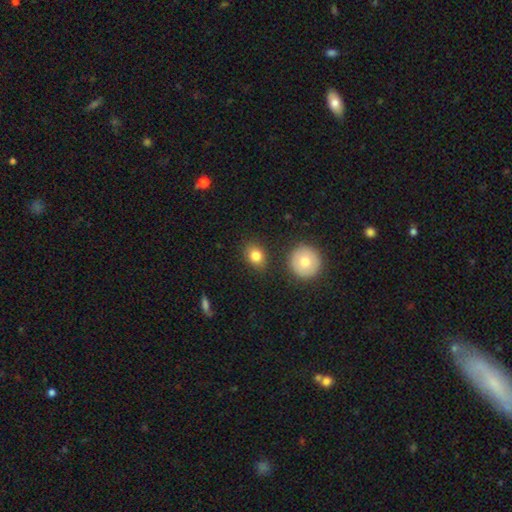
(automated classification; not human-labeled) Smooth or featured? Predicted: smooth (p=0.82). How rounded? Predicted: in between (p=0.53). Merging? Predicted: none (p=0.83).